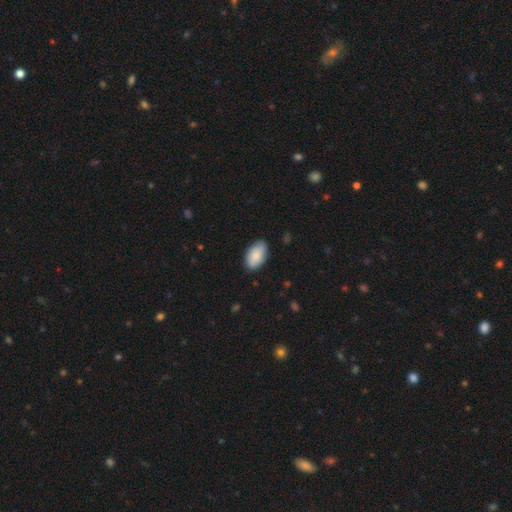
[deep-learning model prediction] Q: Smooth or featured?
A: smooth (85%); runner-up: featured or disk (9%)
Q: How rounded?
A: in between (94%); runner-up: round (4%)
Q: Merging?
A: none (82%); runner-up: minor disturbance (15%)